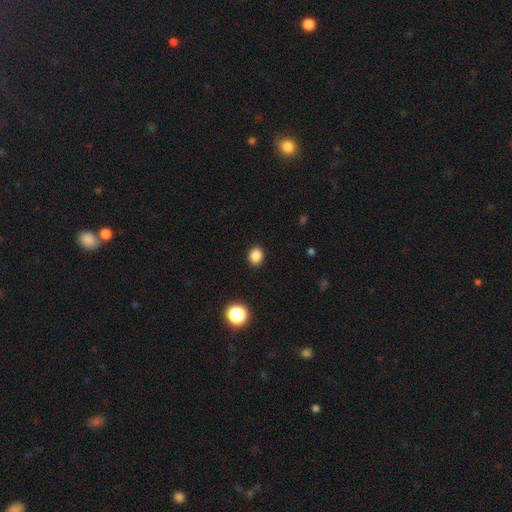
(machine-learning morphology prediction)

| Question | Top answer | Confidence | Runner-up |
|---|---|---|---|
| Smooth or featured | smooth | 85% | star or artifact (12%) |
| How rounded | round | 62% | in between (37%) |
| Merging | none | 91% | minor disturbance (6%) |